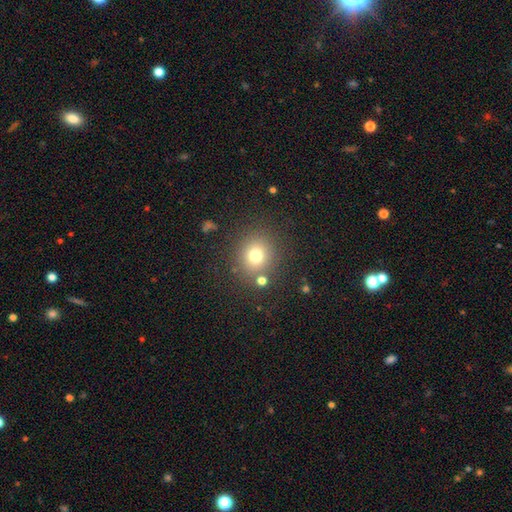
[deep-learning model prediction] Smooth or featured: smooth — 74% (star or artifact — 16%)
How rounded: round — 84% (in between — 15%)
Merging: none — 81% (minor disturbance — 9%)